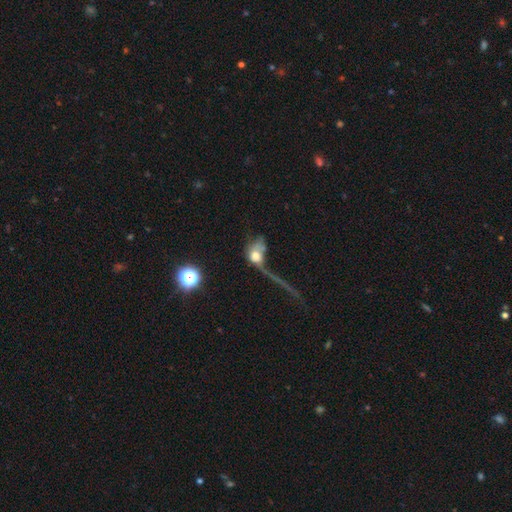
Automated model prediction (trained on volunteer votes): Smooth or featured?
  - smooth: 53% *
  - featured or disk: 33%
  - star or artifact: 14%
How rounded?
  - in between: 54% *
  - round: 42%
  - cigar-shaped: 4%
Merging?
  - major disturbance: 56% *
  - merger: 19%
  - none: 15%
  - minor disturbance: 10%